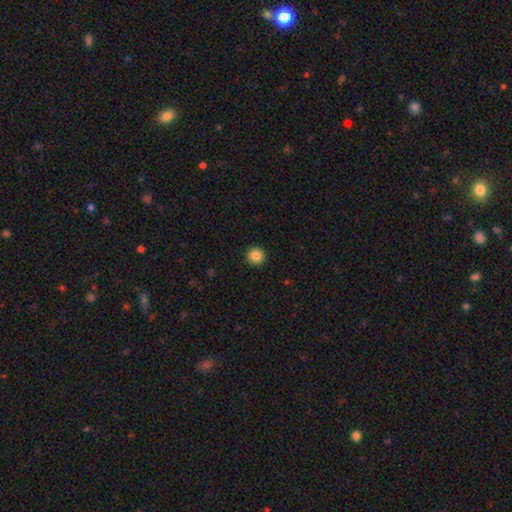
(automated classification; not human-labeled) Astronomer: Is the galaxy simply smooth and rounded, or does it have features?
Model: smooth — 85%.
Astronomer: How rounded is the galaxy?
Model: round — 94%.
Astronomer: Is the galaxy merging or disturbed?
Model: none — 93%.